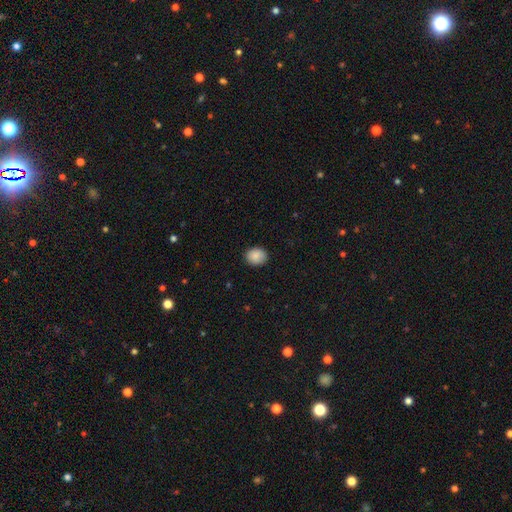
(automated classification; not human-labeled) Smooth or featured: smooth — 89% (star or artifact — 8%)
How rounded: round — 59% (in between — 40%)
Merging: none — 87% (minor disturbance — 10%)